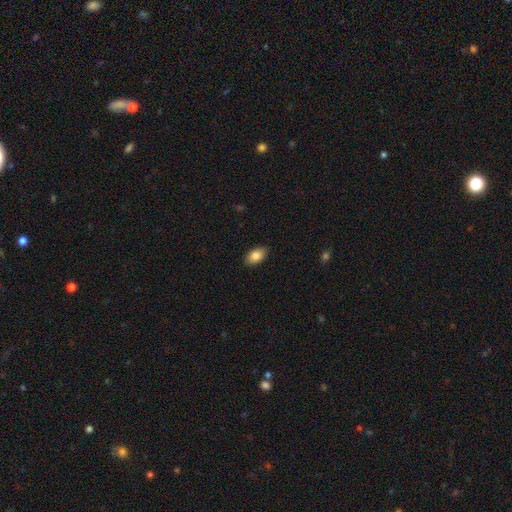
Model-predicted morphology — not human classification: Q: Smooth or featured?
A: smooth (84%); runner-up: featured or disk (9%)
Q: How rounded?
A: in between (92%); runner-up: round (5%)
Q: Merging?
A: none (88%); runner-up: minor disturbance (9%)